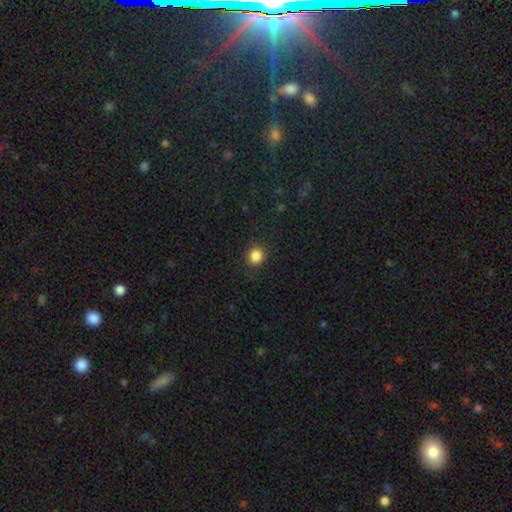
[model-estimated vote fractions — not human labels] Smooth or featured? smooth (86%)
How rounded? round (77%)
Merging? none (89%)